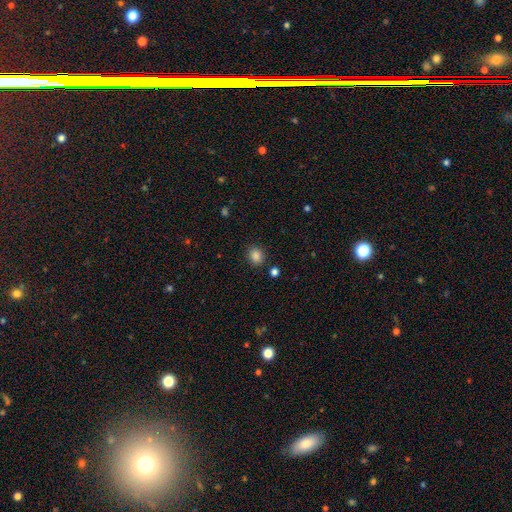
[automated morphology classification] This is clearly a smooth galaxy (85%). How rounded: likely round (64%). Merging: clearly none (87%).